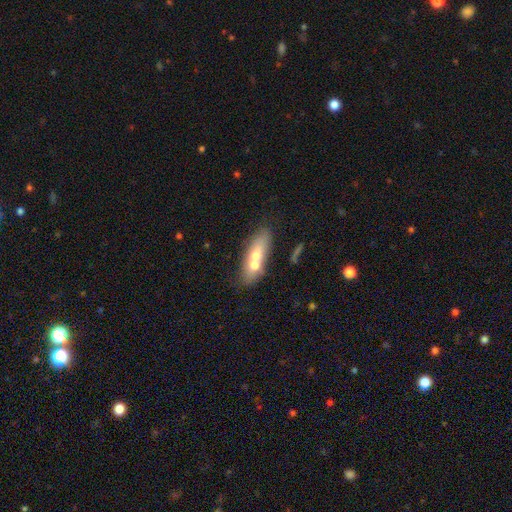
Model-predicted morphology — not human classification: Q: Smooth or featured?
A: smooth (60%); runner-up: featured or disk (32%)
Q: How rounded?
A: in between (57%); runner-up: cigar-shaped (37%)
Q: Merging?
A: merger (44%); runner-up: none (40%)